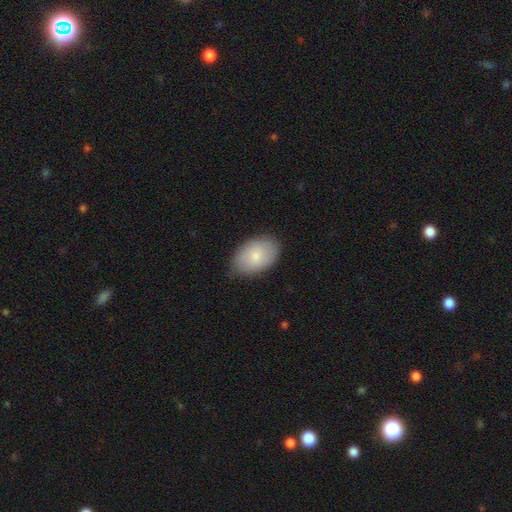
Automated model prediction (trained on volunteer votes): Smooth or featured?
  - smooth: 78% *
  - featured or disk: 16%
  - star or artifact: 6%
How rounded?
  - in between: 90% *
  - round: 8%
  - cigar-shaped: 1%
Merging?
  - none: 80% *
  - minor disturbance: 16%
  - major disturbance: 3%
  - merger: 1%